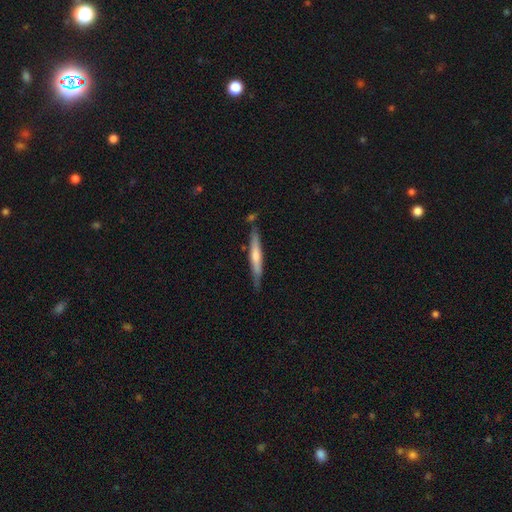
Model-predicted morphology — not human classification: Smooth or featured? Predicted: featured or disk (p=0.48). Merging? Predicted: none (p=0.78).